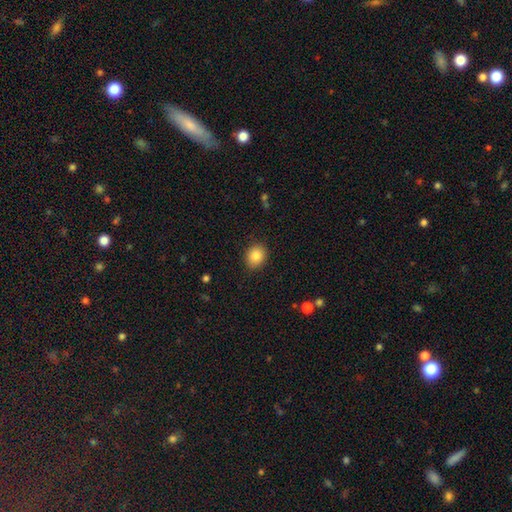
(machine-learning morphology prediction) A smooth galaxy with no disk features (85%) that is round (55%).

Vote fractions:
- Smooth or featured? smooth: 85% / star or artifact: 9% / featured or disk: 6%
- How rounded? round: 55% / in between: 44% / cigar-shaped: 1%
- Merging? none: 87% / minor disturbance: 10% / major disturbance: 2% / merger: 1%